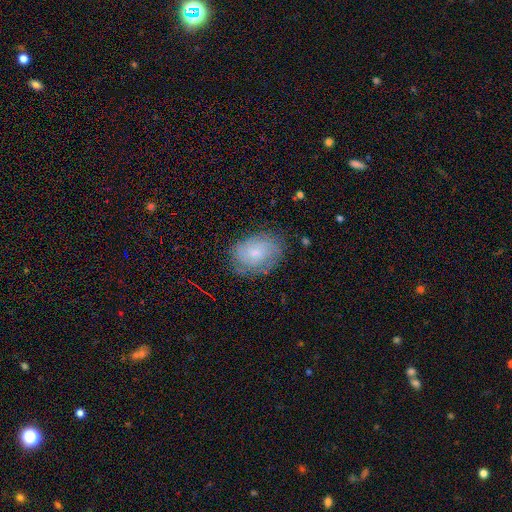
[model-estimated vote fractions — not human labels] Q: Smooth or featured?
A: featured or disk (60%); runner-up: smooth (31%)
Q: Edge-on disk?
A: no (97%); runner-up: yes (3%)
Q: Bar?
A: no (56%); runner-up: weak (39%)
Q: Spiral arms?
A: yes (88%); runner-up: no (12%)
Q: Spiral winding?
A: tight (63%); runner-up: medium (28%)
Q: Spiral arm count?
A: can't tell (48%); runner-up: 2 (23%)
Q: Bulge size?
A: small (60%); runner-up: moderate (26%)
Q: Merging?
A: none (74%); runner-up: minor disturbance (18%)